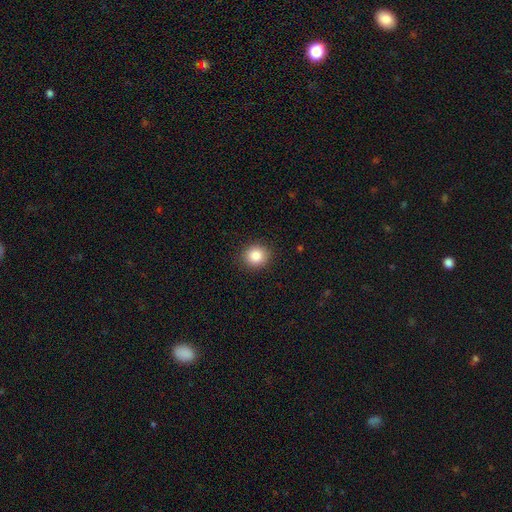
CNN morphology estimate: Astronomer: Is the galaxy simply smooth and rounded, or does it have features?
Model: smooth — 86%.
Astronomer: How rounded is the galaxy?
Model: round — 83%.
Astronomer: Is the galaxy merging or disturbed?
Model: none — 90%.